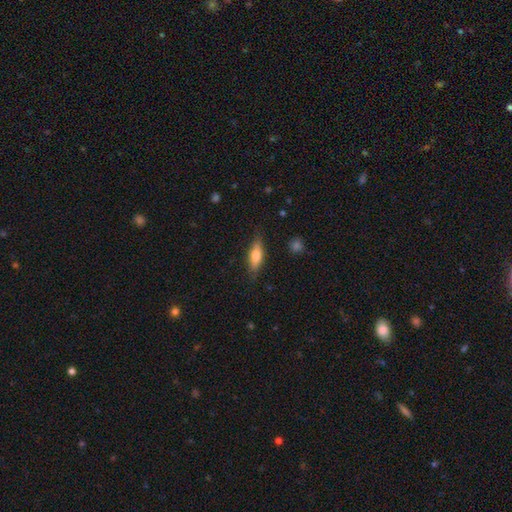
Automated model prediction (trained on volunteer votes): smooth_or_featured: smooth (p=0.60) [alt: featured or disk p=0.34]
how_rounded: cigar-shaped (p=0.51) [alt: in between p=0.46]
merging: none (p=0.83) [alt: minor disturbance p=0.13]